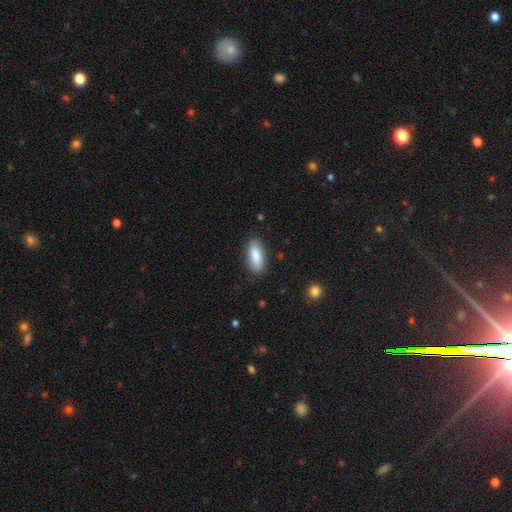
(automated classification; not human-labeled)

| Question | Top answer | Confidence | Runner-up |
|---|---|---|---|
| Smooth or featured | smooth | 86% | featured or disk (8%) |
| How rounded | in between | 79% | cigar-shaped (19%) |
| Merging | none | 85% | minor disturbance (11%) |